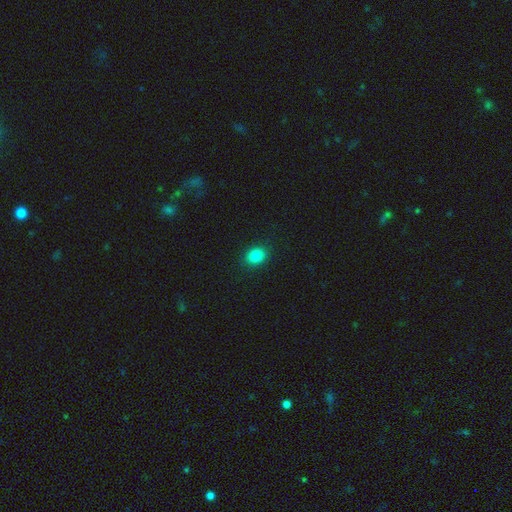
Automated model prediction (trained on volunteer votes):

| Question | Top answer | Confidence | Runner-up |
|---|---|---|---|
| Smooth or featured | smooth | 85% | star or artifact (11%) |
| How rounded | in between | 55% | round (44%) |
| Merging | none | 89% | minor disturbance (8%) |